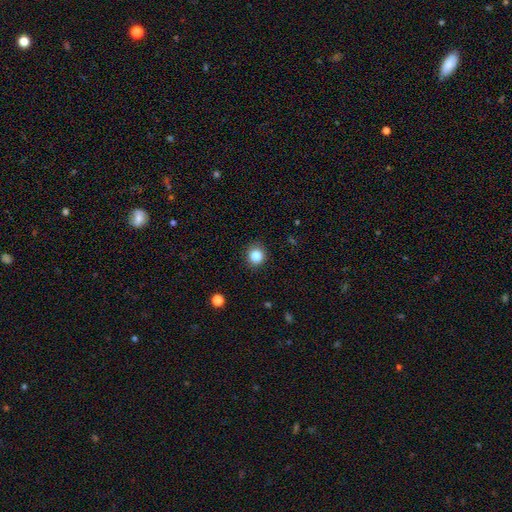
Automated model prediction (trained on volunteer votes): This is clearly a smooth galaxy (83%). How rounded: clearly round (87%). Merging: clearly none (89%).